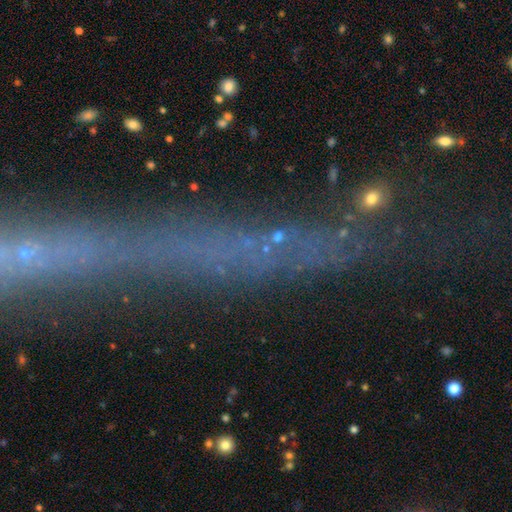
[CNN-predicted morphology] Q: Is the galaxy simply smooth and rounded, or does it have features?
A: star or artifact — 43%.